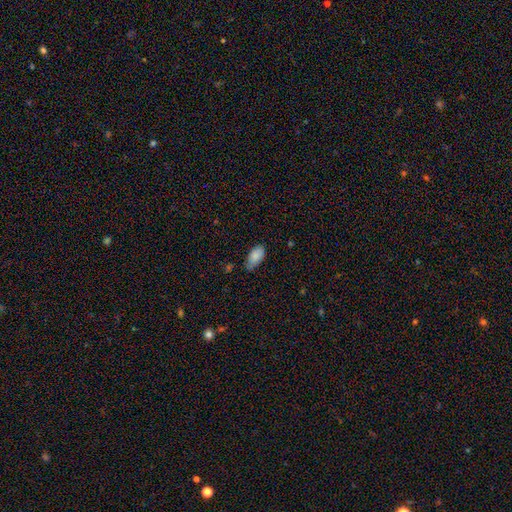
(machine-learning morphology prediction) A smooth galaxy with no disk features (85%) that is in between round and cigar-shaped (94%). Merging: none (61%).